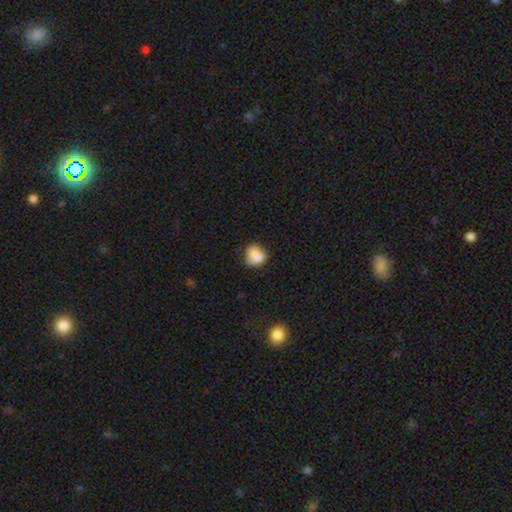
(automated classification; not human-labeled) A smooth galaxy with no disk features (73%) that is round (59%). Merging: none (38%).